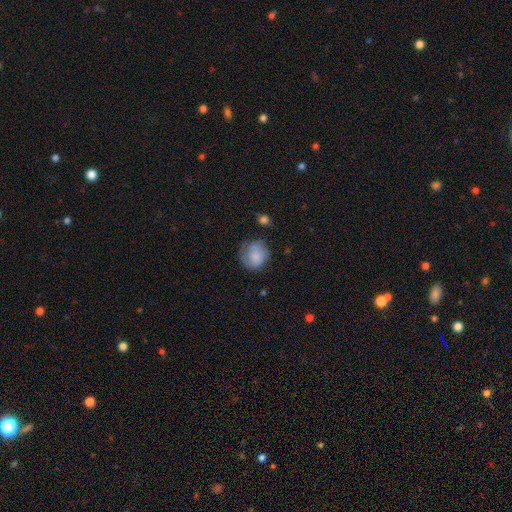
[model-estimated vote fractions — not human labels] A smooth galaxy with no disk features (74%) that is round (81%).

Vote fractions:
- Smooth or featured? smooth: 74% / featured or disk: 18% / star or artifact: 8%
- How rounded? round: 81% / in between: 18% / cigar-shaped: 1%
- Merging? none: 54% / minor disturbance: 28% / major disturbance: 14% / merger: 3%